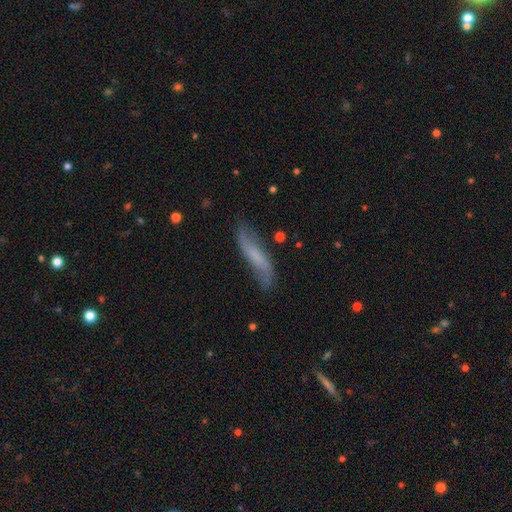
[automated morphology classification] Smooth or featured: featured or disk — 48% (smooth — 44%)
Merging: none — 69% (minor disturbance — 23%)